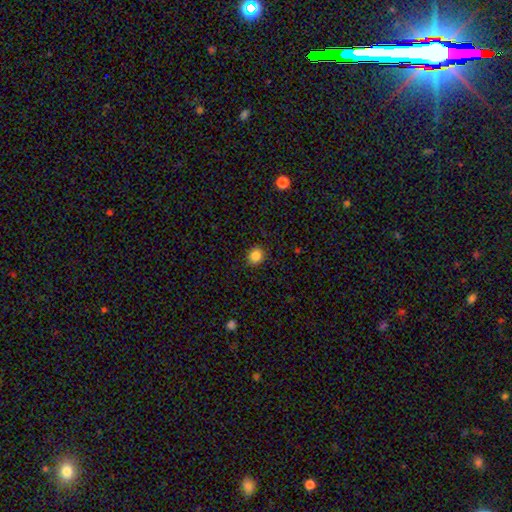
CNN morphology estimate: Q: Smooth or featured?
A: smooth (85%); runner-up: star or artifact (11%)
Q: How rounded?
A: round (84%); runner-up: in between (15%)
Q: Merging?
A: none (91%); runner-up: minor disturbance (6%)